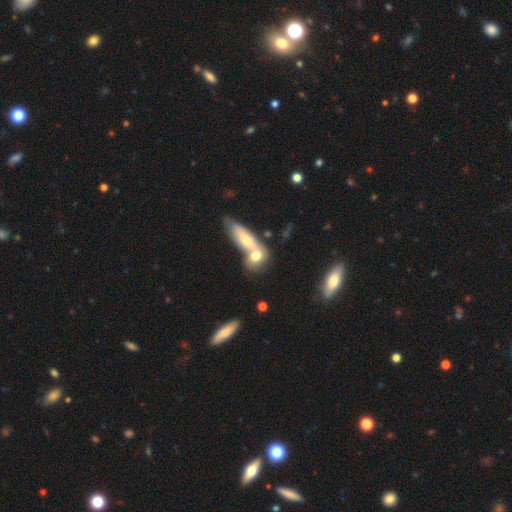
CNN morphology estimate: Smooth or featured?
  - smooth: 67% *
  - featured or disk: 25%
  - star or artifact: 8%
How rounded?
  - in between: 55% *
  - round: 27%
  - cigar-shaped: 18%
Merging?
  - merger: 65% *
  - none: 24%
  - minor disturbance: 7%
  - major disturbance: 4%